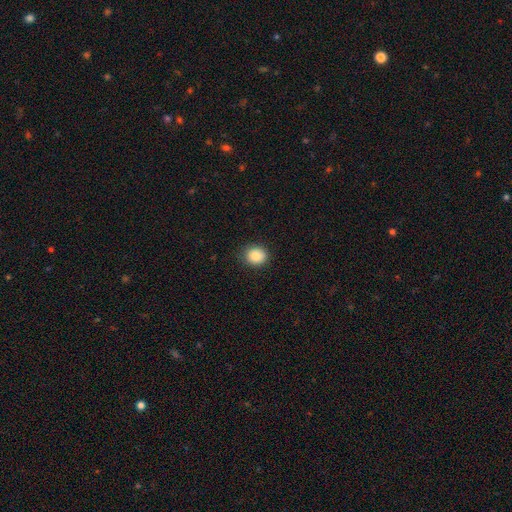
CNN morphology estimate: A smooth galaxy with no disk features (86%) that is round (79%). Merging: none (87%).